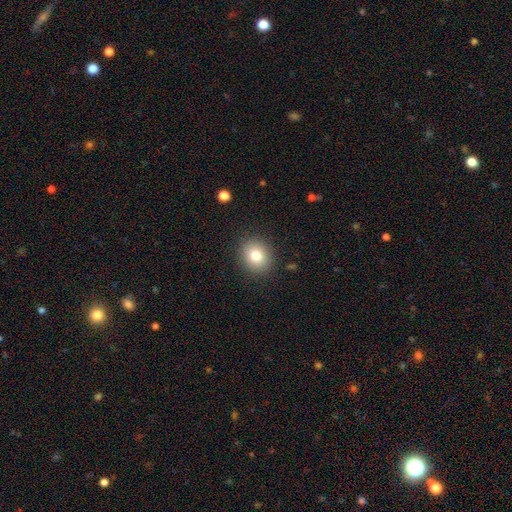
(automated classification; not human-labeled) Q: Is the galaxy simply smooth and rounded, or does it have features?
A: smooth — 80%.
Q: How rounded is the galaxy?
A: round — 74%.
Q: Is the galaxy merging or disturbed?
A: none — 89%.